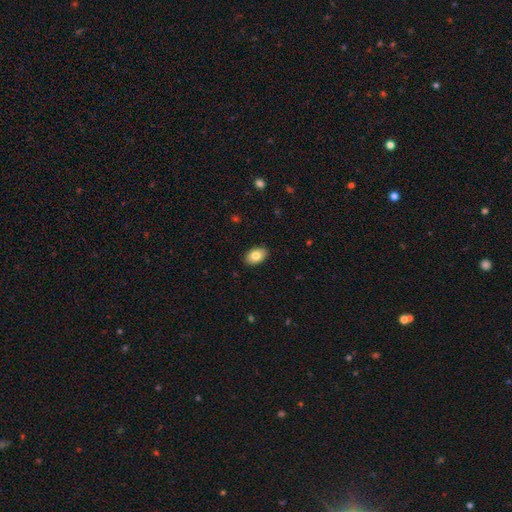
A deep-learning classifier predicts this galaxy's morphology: Smooth or featured? Predicted: smooth (p=0.82). How rounded? Predicted: in between (p=0.90). Merging? Predicted: none (p=0.90).